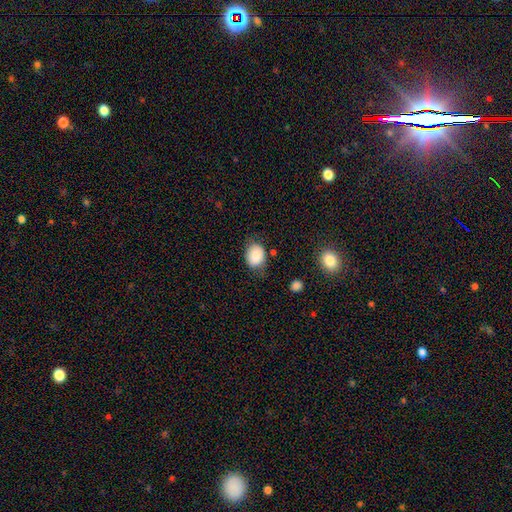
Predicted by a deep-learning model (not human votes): A smooth galaxy with no disk features (85%) that is in between round and cigar-shaped (55%). Merging: none (72%).